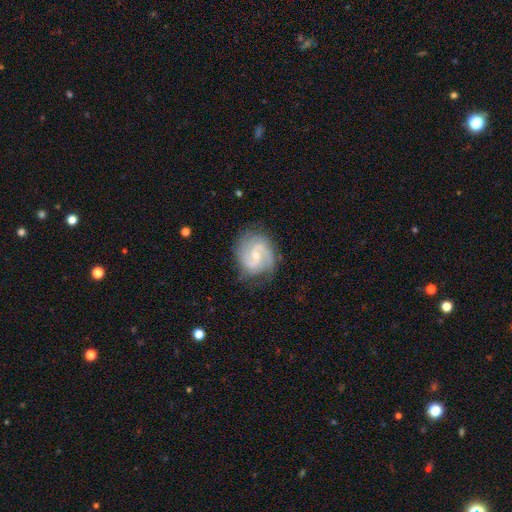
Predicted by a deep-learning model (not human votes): This is clearly a featured or disk galaxy (89%). It is clearly not viewed edge-on (98%). Bar: possibly weak (50%). Spiral arm pattern: clearly yes (97%). Spiral arm count: likely 2 (74%). Spiral winding: possibly medium (49%). Central bulge: likely small (62%). Merging: likely none (77%).